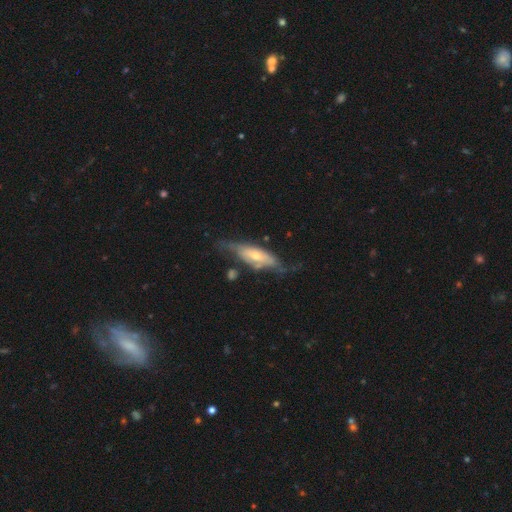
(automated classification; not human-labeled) This is possibly a featured or disk galaxy (58%). It is likely not viewed edge-on (61%). Merging: possibly none (46%).